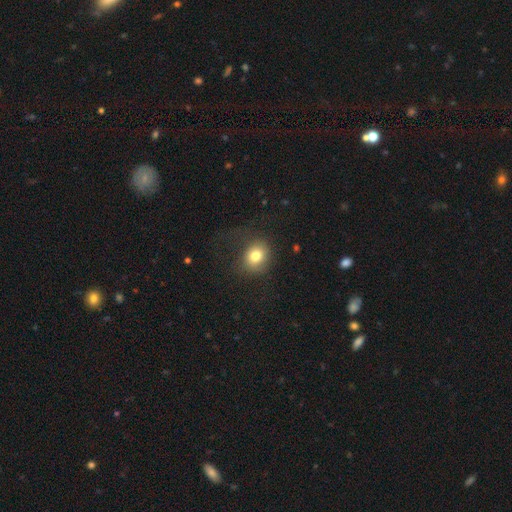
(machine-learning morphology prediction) Overall: smooth (77%). How rounded: round (69%; in between 30%). Merging: none (70%).